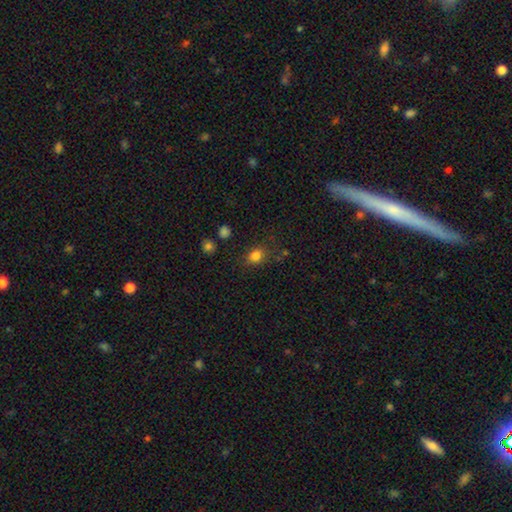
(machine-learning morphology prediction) The model was most divided on "how rounded": round: 51%, in between: 48%, cigar-shaped: 1%. More confident: smooth or featured — smooth (82%); merging — none (75%).